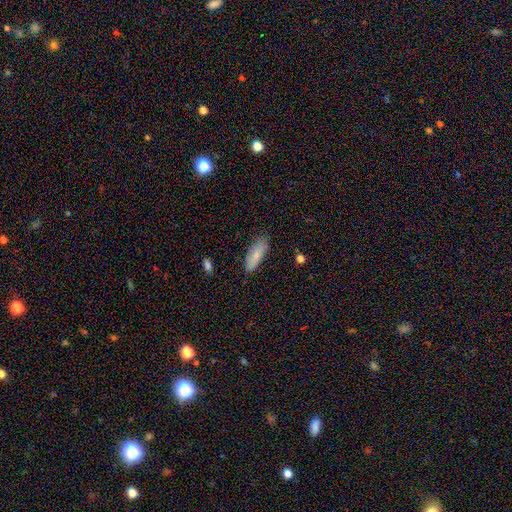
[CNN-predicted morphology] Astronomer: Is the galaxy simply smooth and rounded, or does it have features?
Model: smooth — 82%.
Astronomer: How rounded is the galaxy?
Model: in between — 62%.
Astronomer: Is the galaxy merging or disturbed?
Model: none — 78%.